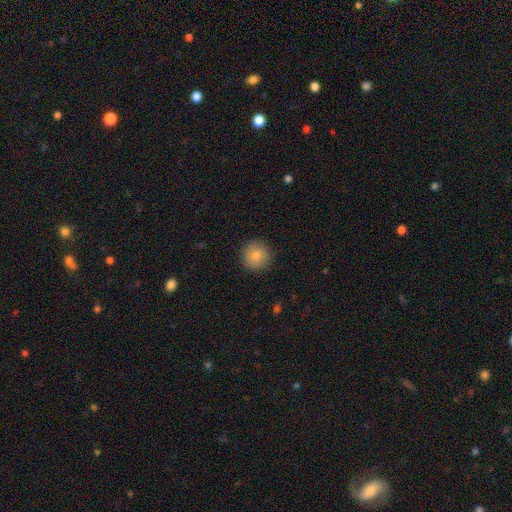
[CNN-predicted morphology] Smooth or featured?
  - smooth: 83% *
  - star or artifact: 9%
  - featured or disk: 8%
How rounded?
  - round: 95% *
  - in between: 4%
  - cigar-shaped: 1%
Merging?
  - none: 90% *
  - minor disturbance: 7%
  - major disturbance: 2%
  - merger: 1%